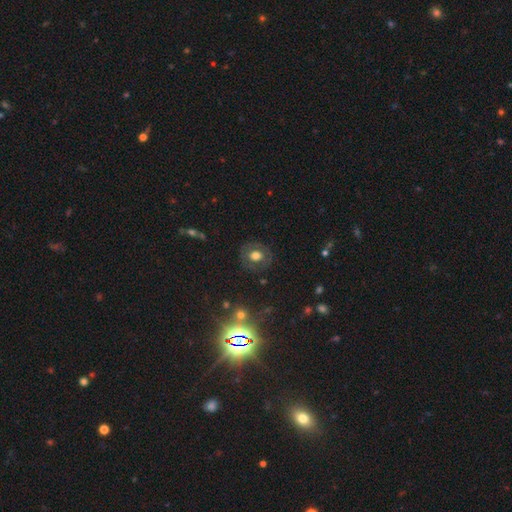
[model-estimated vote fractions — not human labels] smooth-or-featured: smooth: 59% | featured or disk: 30% | star or artifact: 11%
  how-rounded: round: 70% | in between: 29% | cigar-shaped: 1%
  merging: none: 82% | minor disturbance: 11% | major disturbance: 5% | merger: 1%